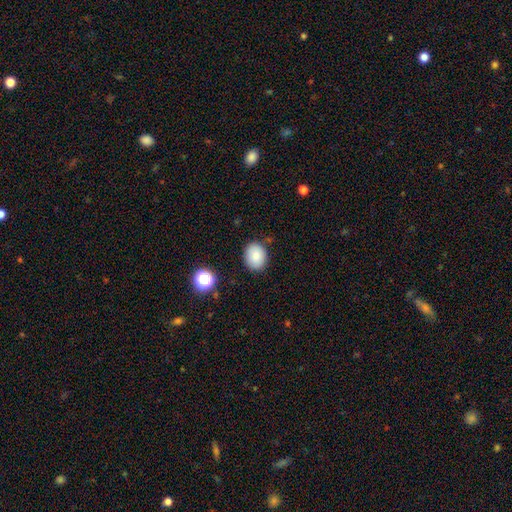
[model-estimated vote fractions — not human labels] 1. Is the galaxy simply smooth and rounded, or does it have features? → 84% smooth, 9% star or artifact, 7% featured or disk.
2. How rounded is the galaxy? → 51% in between, 49% round, 1% cigar-shaped.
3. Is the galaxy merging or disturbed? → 84% none, 11% minor disturbance, 3% major disturbance, 2% merger.